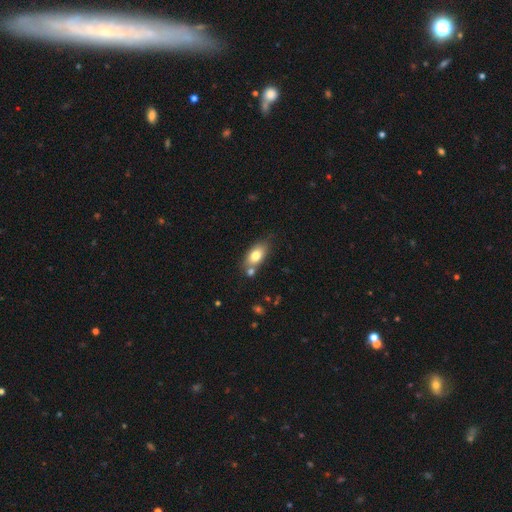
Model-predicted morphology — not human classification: This is likely a smooth galaxy (77%). How rounded: clearly in between (88%). Merging: likely none (61%).